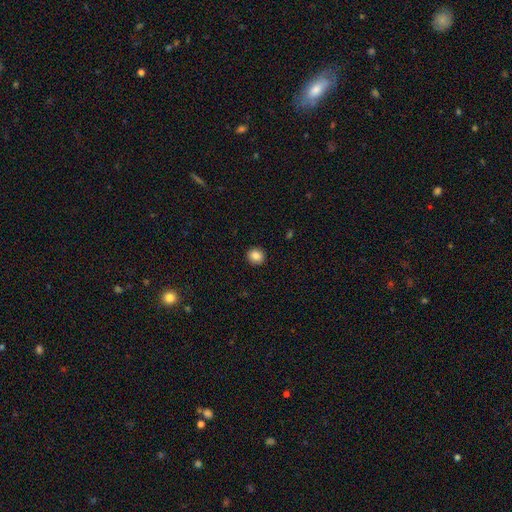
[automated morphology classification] smooth 86%, star or artifact 10%, featured or disk 5%. Down the decision tree: how rounded — round (89%); merging — none (92%).